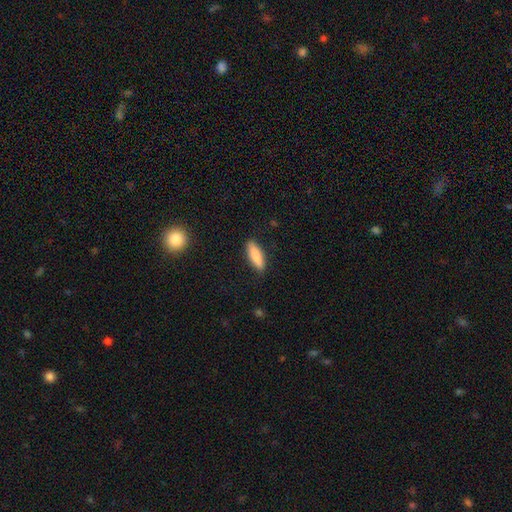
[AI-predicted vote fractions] A smooth galaxy with no disk features (84%) that is cigar-shaped (54%).

Vote fractions:
- Smooth or featured? smooth: 84% / featured or disk: 10% / star or artifact: 6%
- How rounded? cigar-shaped: 54% / in between: 44% / round: 2%
- Merging? none: 88% / minor disturbance: 9% / major disturbance: 2% / merger: 1%